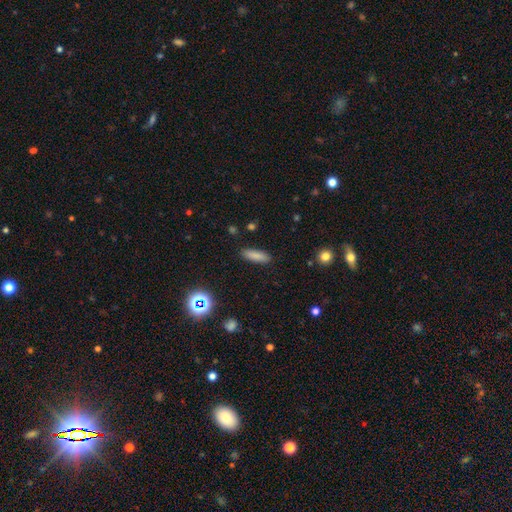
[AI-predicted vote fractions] smooth-or-featured: smooth: 84% | star or artifact: 9% | featured or disk: 7%
  how-rounded: cigar-shaped: 49% | in between: 48% | round: 2%
  merging: none: 89% | minor disturbance: 8% | major disturbance: 2% | merger: 1%